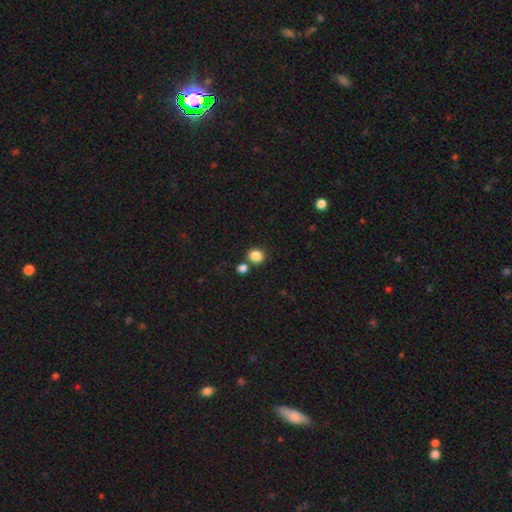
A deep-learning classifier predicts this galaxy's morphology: Smooth or featured? smooth (85%)
How rounded? round (74%)
Merging? none (75%)